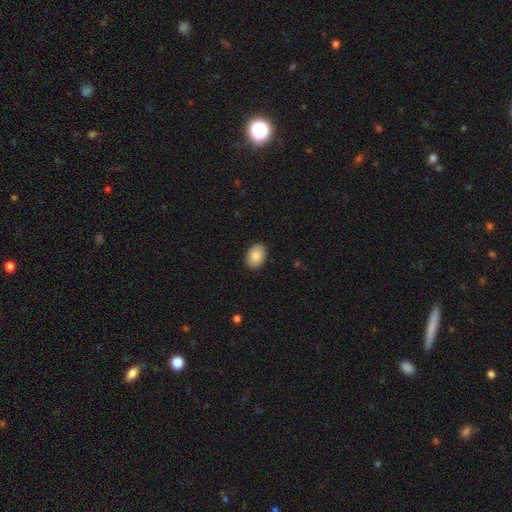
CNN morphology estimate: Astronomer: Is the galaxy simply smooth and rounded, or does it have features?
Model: smooth — 88%.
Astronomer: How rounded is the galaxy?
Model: in between — 83%.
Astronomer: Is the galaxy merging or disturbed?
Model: none — 90%.